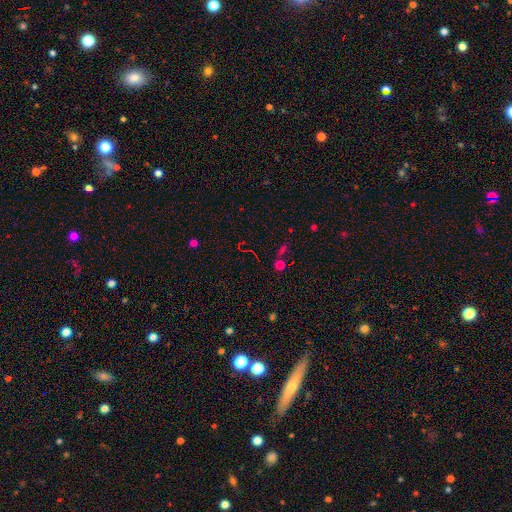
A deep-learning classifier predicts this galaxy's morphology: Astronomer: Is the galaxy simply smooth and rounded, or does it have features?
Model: star or artifact — 56% (runner-up: smooth, 32%).